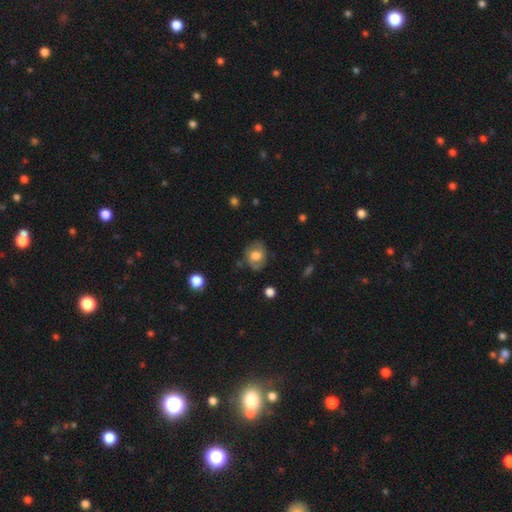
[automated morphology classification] A smooth galaxy with no disk features (54%) that is round (53%). Merging: none (73%).